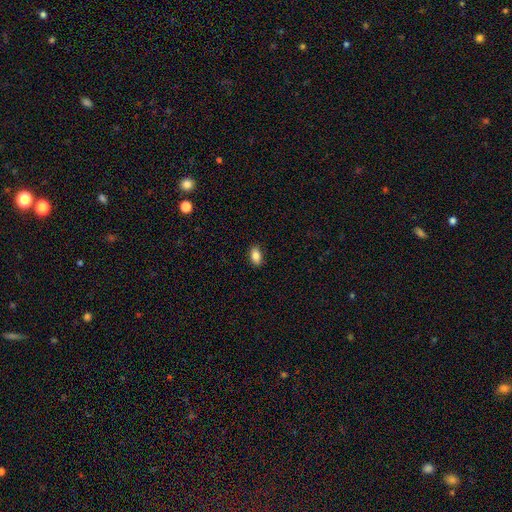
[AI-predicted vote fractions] Morphology: type=smooth (86%); roundness=in between (90%); merging=none (89%).